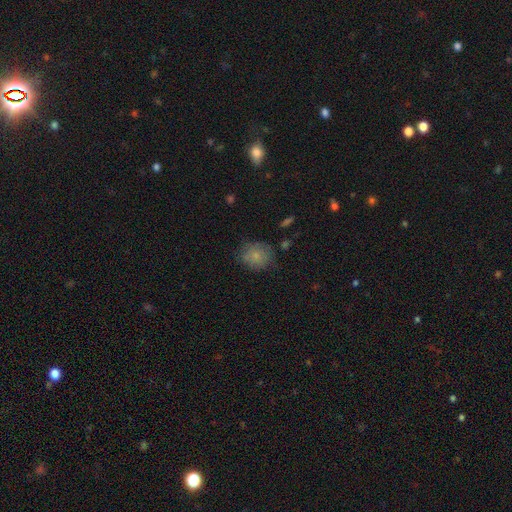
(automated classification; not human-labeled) smooth 78%, featured or disk 12%, star or artifact 9%. Down the decision tree: how rounded — round (77%); merging — none (70%).